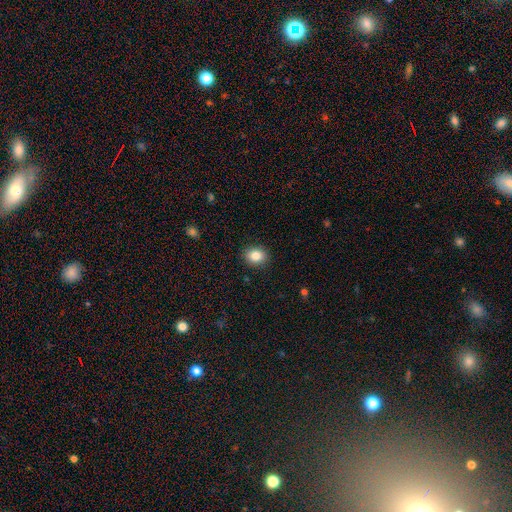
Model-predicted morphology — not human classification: A smooth galaxy with no disk features (85%) that is round (57%). Merging: none (90%).